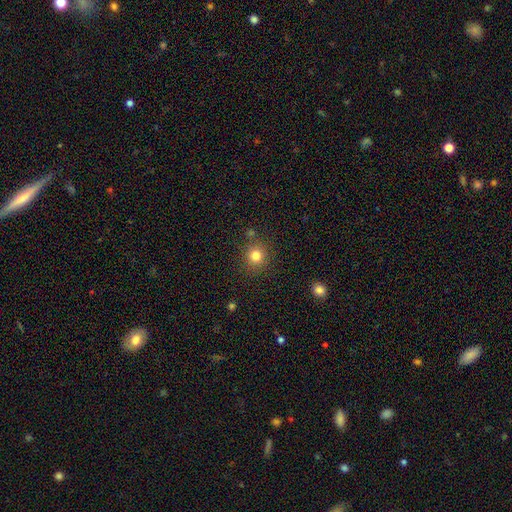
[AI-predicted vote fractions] The model was most divided on "smooth or featured": smooth: 81%, star or artifact: 13%, featured or disk: 6%. More confident: how rounded — round (90%); merging — none (84%).